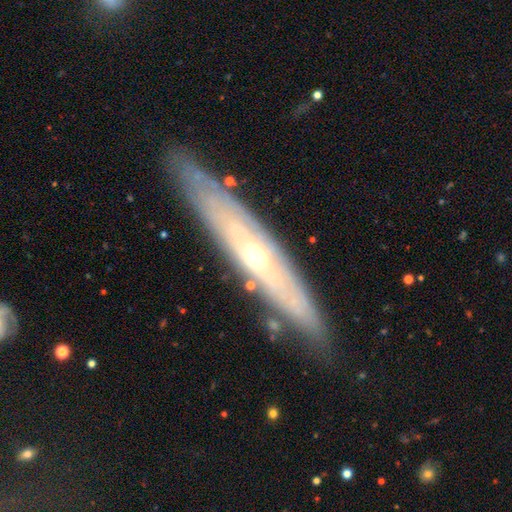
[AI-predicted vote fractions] Q: Smooth or featured?
A: featured or disk (73%); runner-up: smooth (21%)
Q: Edge-on disk?
A: yes (64%); runner-up: no (36%)
Q: Merging?
A: none (83%); runner-up: minor disturbance (12%)